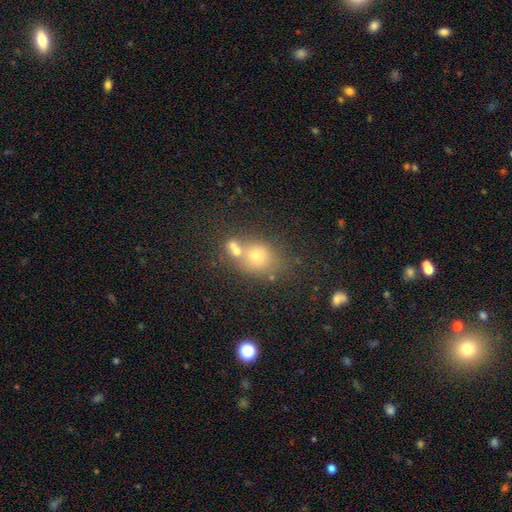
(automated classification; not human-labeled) Smooth or featured?
  - smooth: 65% *
  - star or artifact: 20%
  - featured or disk: 16%
How rounded?
  - round: 63% *
  - in between: 35%
  - cigar-shaped: 2%
Merging?
  - none: 46% *
  - merger: 38%
  - minor disturbance: 11%
  - major disturbance: 5%